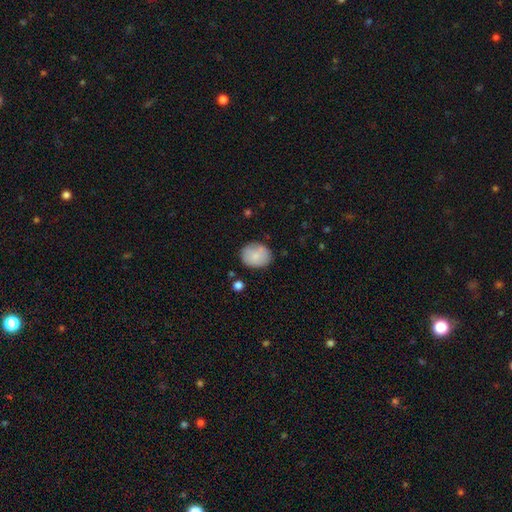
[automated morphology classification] type=smooth (82%); roundness=round (55%); merging=none (73%).